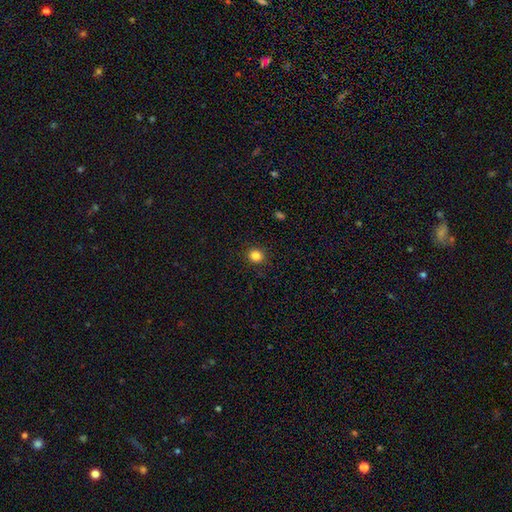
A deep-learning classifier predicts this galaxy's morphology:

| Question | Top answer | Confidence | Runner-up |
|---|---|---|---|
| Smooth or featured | smooth | 84% | star or artifact (12%) |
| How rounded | round | 91% | in between (8%) |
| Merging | none | 92% | minor disturbance (6%) |